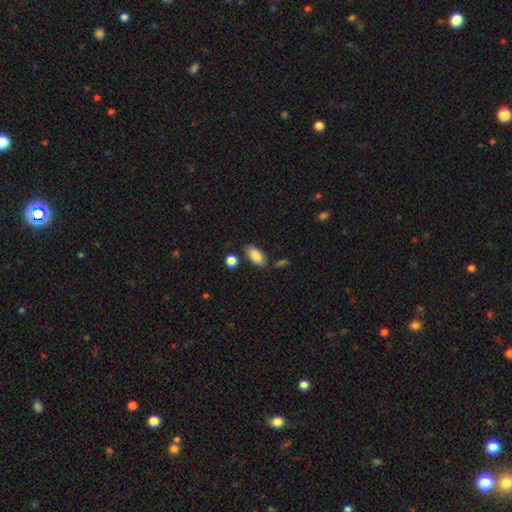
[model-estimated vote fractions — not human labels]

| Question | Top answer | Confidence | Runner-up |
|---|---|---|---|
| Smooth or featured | smooth | 87% | star or artifact (7%) |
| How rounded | in between | 91% | cigar-shaped (6%) |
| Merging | none | 79% | minor disturbance (13%) |